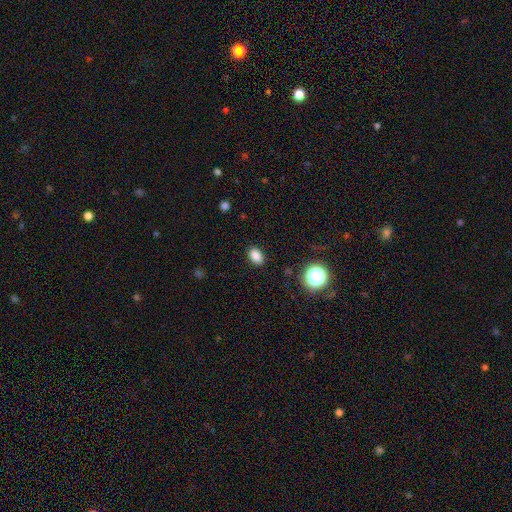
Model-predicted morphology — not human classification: This is clearly a smooth galaxy (84%). How rounded: clearly in between (80%). Merging: clearly none (88%).